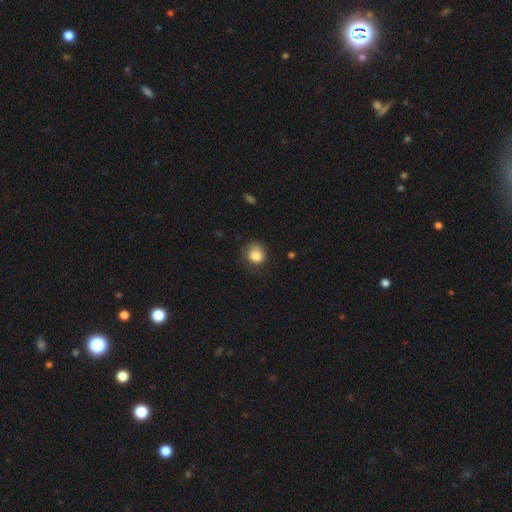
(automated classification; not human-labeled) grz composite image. It shows a smooth galaxy with no disk features (83%) that is round (71%). Merging: none (59%).